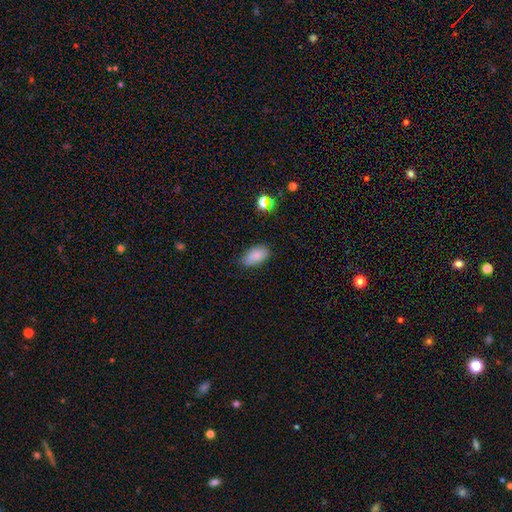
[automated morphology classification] A smooth galaxy with no disk features (84%) that is in between round and cigar-shaped (93%).

Vote fractions:
- Smooth or featured? smooth: 84% / star or artifact: 9% / featured or disk: 7%
- How rounded? in between: 93% / round: 5% / cigar-shaped: 3%
- Merging? none: 75% / minor disturbance: 20% / major disturbance: 4% / merger: 2%